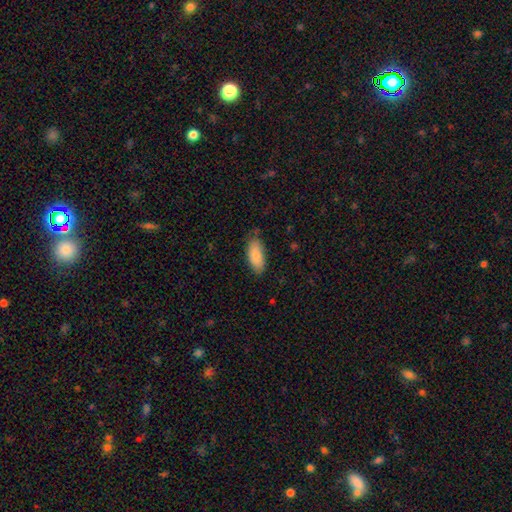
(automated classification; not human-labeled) Smooth or featured? Predicted: smooth (p=0.86). How rounded? Predicted: in between (p=0.88). Merging? Predicted: none (p=0.74).